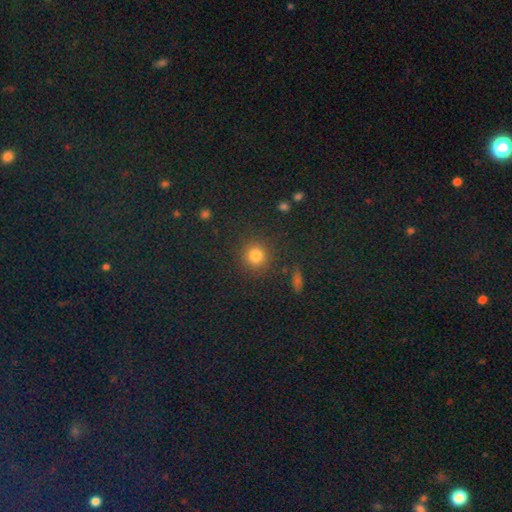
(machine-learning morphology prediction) The model was most divided on "smooth or featured": smooth: 79%, star or artifact: 15%, featured or disk: 6%. More confident: how rounded — round (91%); merging — none (87%).